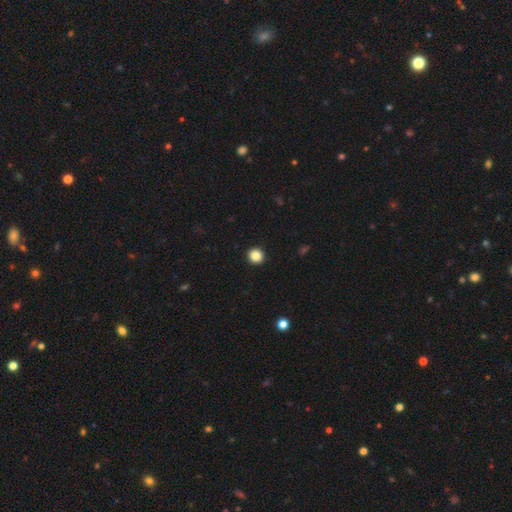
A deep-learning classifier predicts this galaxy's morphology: This is clearly a smooth galaxy (86%). How rounded: clearly round (93%). Merging: clearly none (93%).